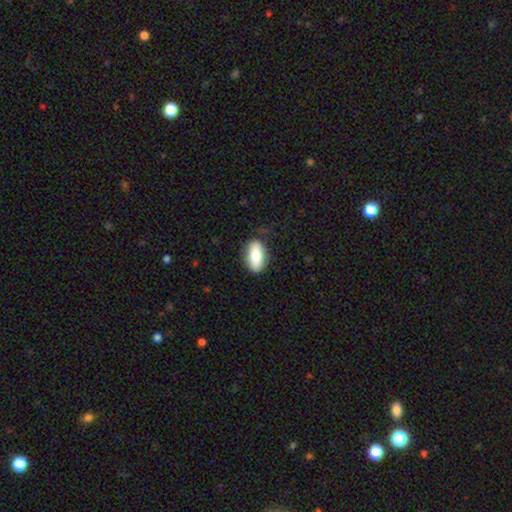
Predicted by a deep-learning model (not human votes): Smooth or featured? Predicted: smooth (p=0.79). How rounded? Predicted: in between (p=0.83). Merging? Predicted: none (p=0.82).